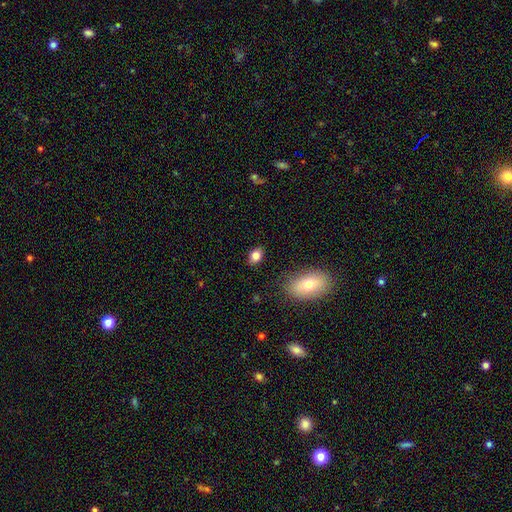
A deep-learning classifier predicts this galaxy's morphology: Smooth or featured? Predicted: smooth (p=0.82). How rounded? Predicted: in between (p=0.80). Merging? Predicted: none (p=0.85).